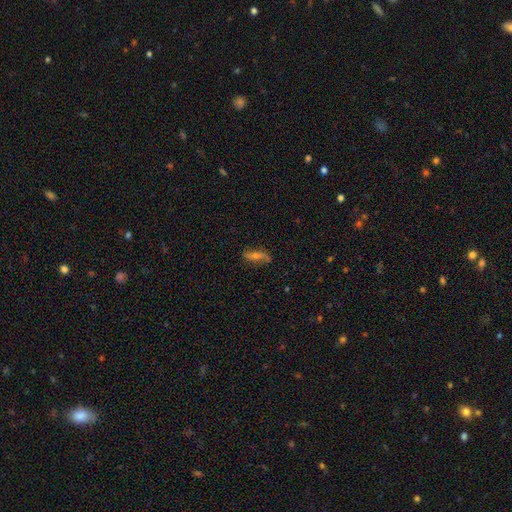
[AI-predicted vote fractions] This appears to be a featured or disk galaxy (59%). Merging: none (80%).